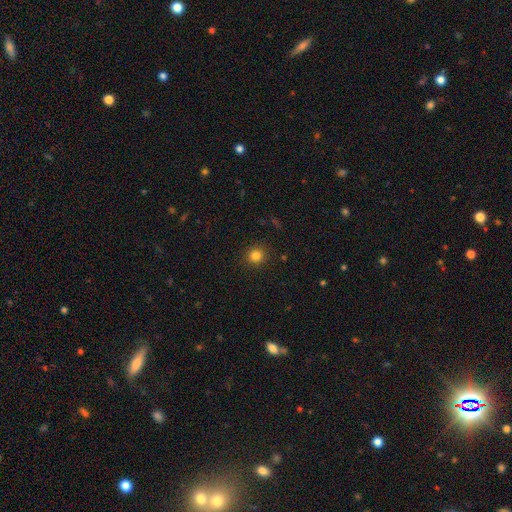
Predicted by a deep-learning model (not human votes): The model was most divided on "smooth or featured": smooth: 82%, star or artifact: 13%, featured or disk: 5%. More confident: how rounded — round (92%); merging — none (91%).